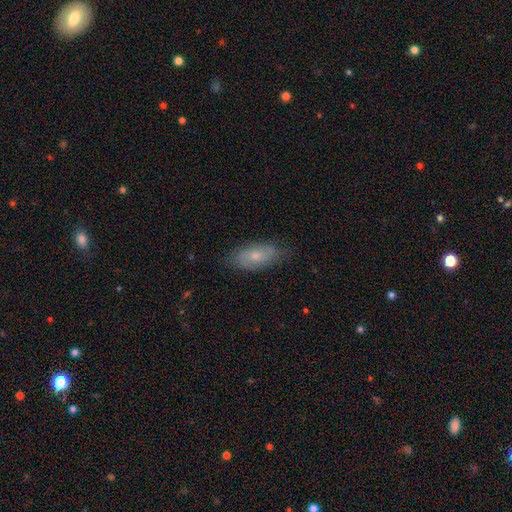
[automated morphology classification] Overall: smooth (57%; featured or disk 36%). How rounded: in between (85%). Merging: none (77%).